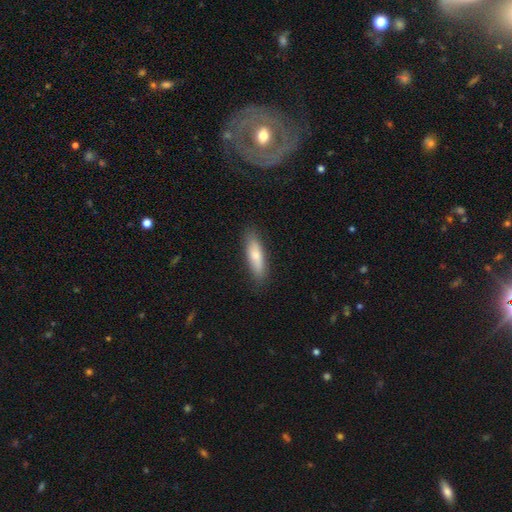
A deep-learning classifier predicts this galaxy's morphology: smooth_or_featured: smooth (p=0.78) [alt: featured or disk p=0.16]
how_rounded: cigar-shaped (p=0.59) [alt: in between p=0.39]
merging: none (p=0.85) [alt: minor disturbance p=0.11]